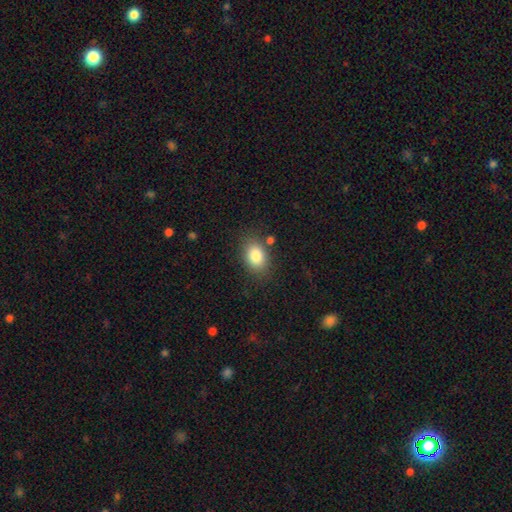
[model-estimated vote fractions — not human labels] smooth 83%, star or artifact 9%, featured or disk 8%. Down the decision tree: how rounded — in between (75%); merging — none (79%).